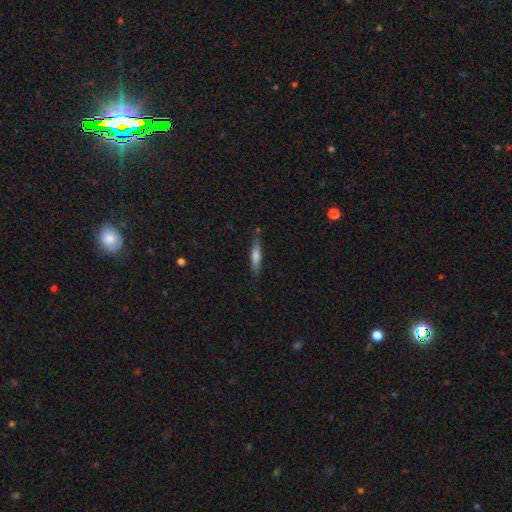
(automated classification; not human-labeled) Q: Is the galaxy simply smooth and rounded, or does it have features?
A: smooth — 56%.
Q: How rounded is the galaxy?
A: cigar-shaped — 83%.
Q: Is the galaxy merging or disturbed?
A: none — 80%.